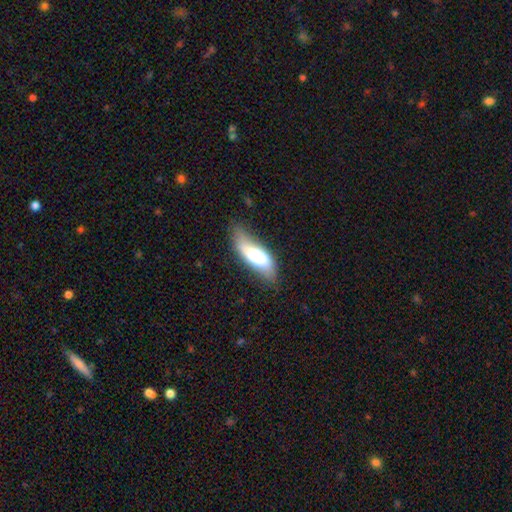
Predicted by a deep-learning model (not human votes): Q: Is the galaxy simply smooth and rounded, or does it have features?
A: smooth — 65%.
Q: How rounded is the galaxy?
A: in between — 59%.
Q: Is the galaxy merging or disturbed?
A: none — 58%.